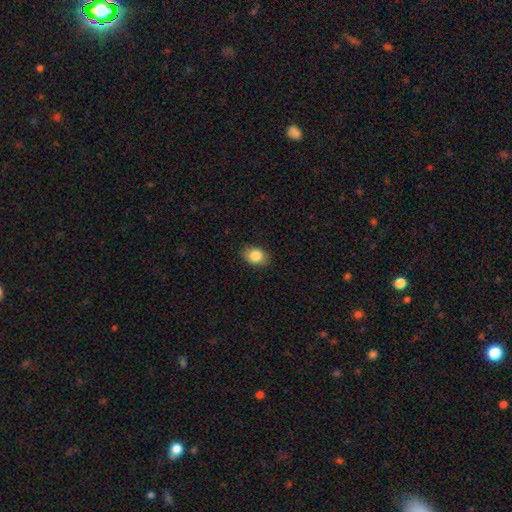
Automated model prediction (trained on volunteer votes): Smooth or featured?
  - smooth: 85% *
  - star or artifact: 8%
  - featured or disk: 7%
How rounded?
  - in between: 73% *
  - round: 26%
  - cigar-shaped: 1%
Merging?
  - none: 87% *
  - minor disturbance: 10%
  - major disturbance: 2%
  - merger: 1%